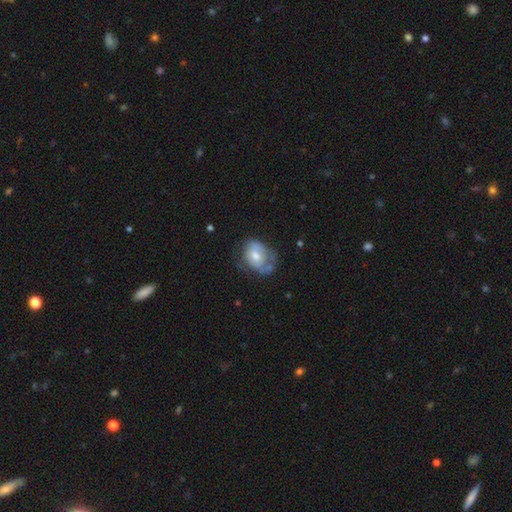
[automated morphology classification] type=smooth (47%); merging=none (38%).